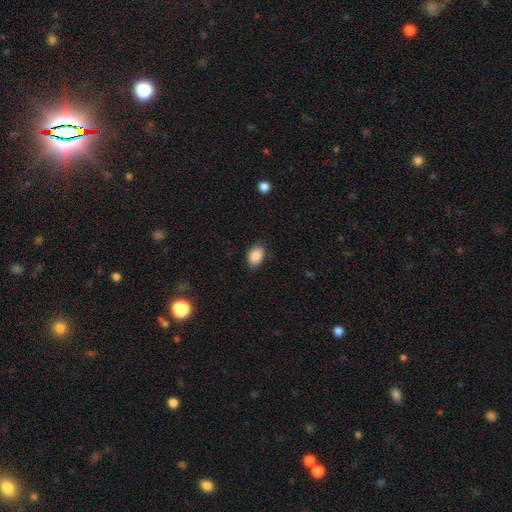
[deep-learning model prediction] smooth-or-featured: smooth: 88% | star or artifact: 8% | featured or disk: 5%
  how-rounded: in between: 85% | round: 14% | cigar-shaped: 1%
  merging: none: 83% | minor disturbance: 13% | major disturbance: 3% | merger: 1%